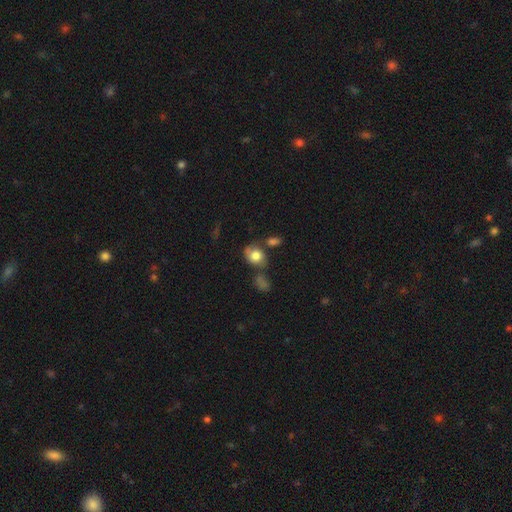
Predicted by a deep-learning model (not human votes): smooth_or_featured: smooth (p=0.72) [alt: featured or disk p=0.20]
how_rounded: in between (p=0.53) [alt: round p=0.45]
merging: none (p=0.47) [alt: minor disturbance p=0.22]